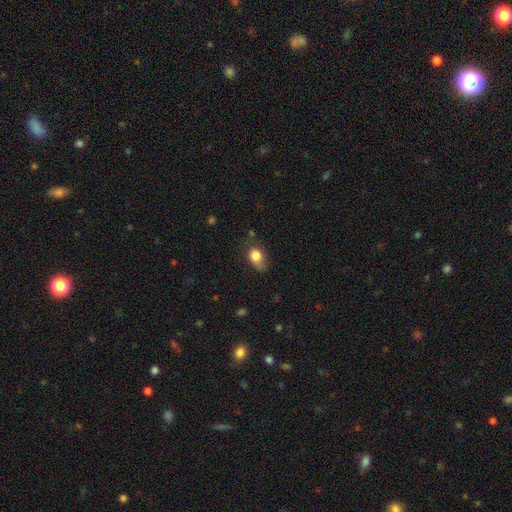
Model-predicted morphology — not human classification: smooth-or-featured: smooth: 81% | featured or disk: 10% | star or artifact: 9%
  how-rounded: in between: 65% | round: 33% | cigar-shaped: 2%
  merging: none: 46% | minor disturbance: 37% | major disturbance: 14% | merger: 3%